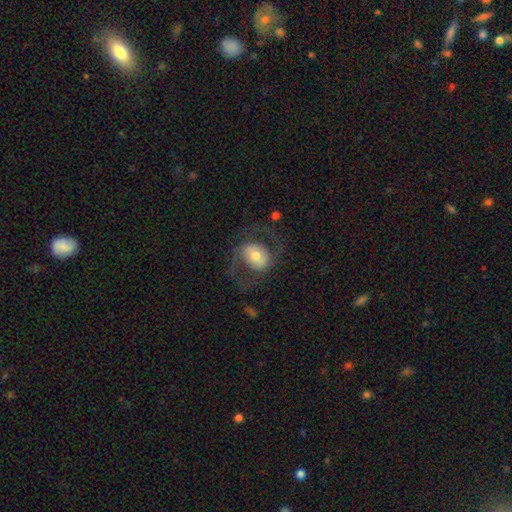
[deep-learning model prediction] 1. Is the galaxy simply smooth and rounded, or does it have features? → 56% featured or disk, 37% smooth, 7% star or artifact.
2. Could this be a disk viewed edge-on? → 96% no, 4% yes.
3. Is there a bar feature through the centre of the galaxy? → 54% no, 30% weak, 16% strong.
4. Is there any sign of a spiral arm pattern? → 66% yes, 34% no.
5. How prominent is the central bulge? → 60% moderate, 20% small, 16% large, 3% dominant, 2% none.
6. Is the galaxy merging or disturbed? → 62% none, 22% major disturbance, 14% minor disturbance, 2% merger.